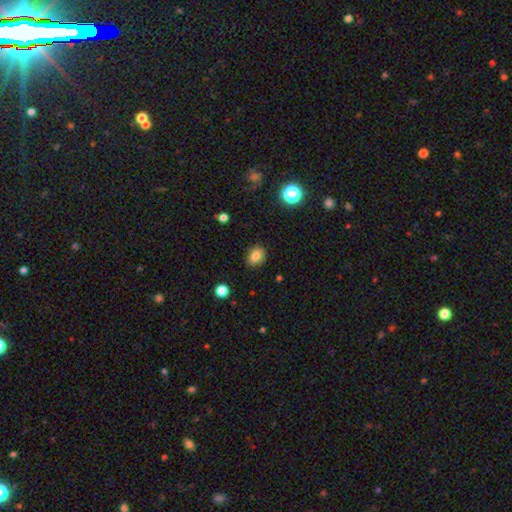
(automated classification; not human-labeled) Smooth or featured?
  - smooth: 82% *
  - star or artifact: 11%
  - featured or disk: 7%
How rounded?
  - round: 50% *
  - in between: 48%
  - cigar-shaped: 1%
Merging?
  - none: 86% *
  - minor disturbance: 10%
  - major disturbance: 2%
  - merger: 1%